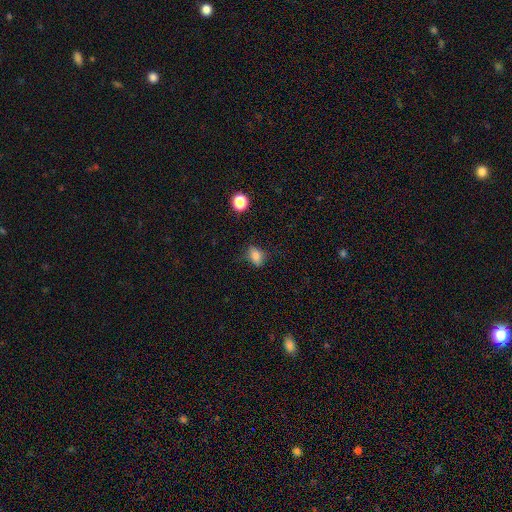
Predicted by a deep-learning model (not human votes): Smooth or featured? Predicted: smooth (p=0.80). How rounded? Predicted: in between (p=0.77). Merging? Predicted: none (p=0.70).